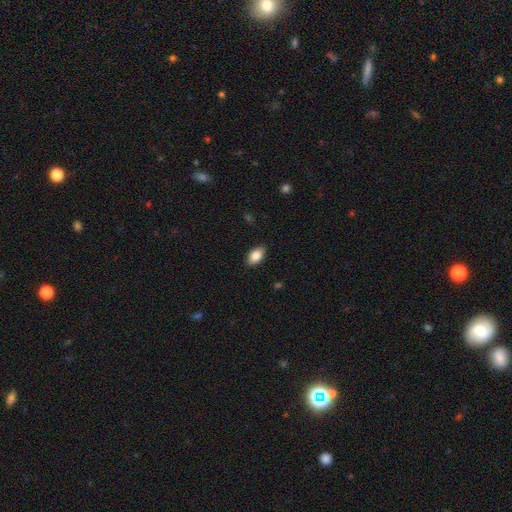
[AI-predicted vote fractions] Smooth or featured: smooth — 86% (star or artifact — 7%)
How rounded: in between — 91% (round — 6%)
Merging: none — 87% (minor disturbance — 10%)